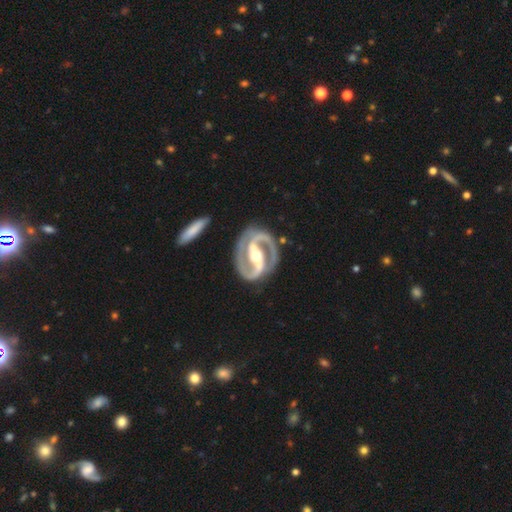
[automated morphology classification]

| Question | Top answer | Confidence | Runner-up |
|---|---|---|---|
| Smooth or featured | featured or disk | 94% | star or artifact (3%) |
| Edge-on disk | no | 97% | yes (3%) |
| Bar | strong | 74% | weak (18%) |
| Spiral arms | yes | 98% | no (2%) |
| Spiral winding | medium | 52% | tight (40%) |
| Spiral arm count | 2 | 94% | can't tell (1%) |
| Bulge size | moderate | 69% | small (21%) |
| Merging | none | 84% | minor disturbance (11%) |